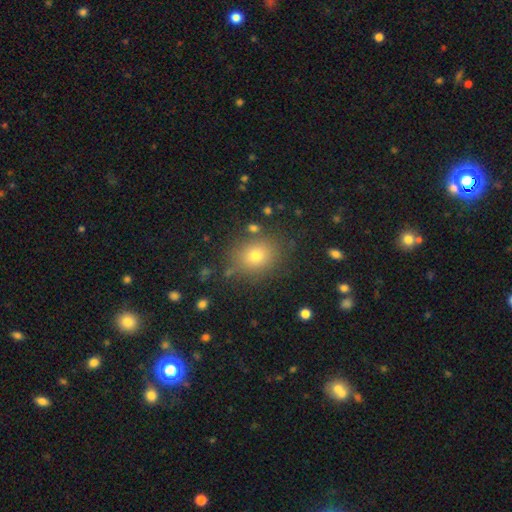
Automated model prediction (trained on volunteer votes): smooth 73%, star or artifact 16%, featured or disk 11%. Down the decision tree: how rounded — round (64%); merging — none (82%).